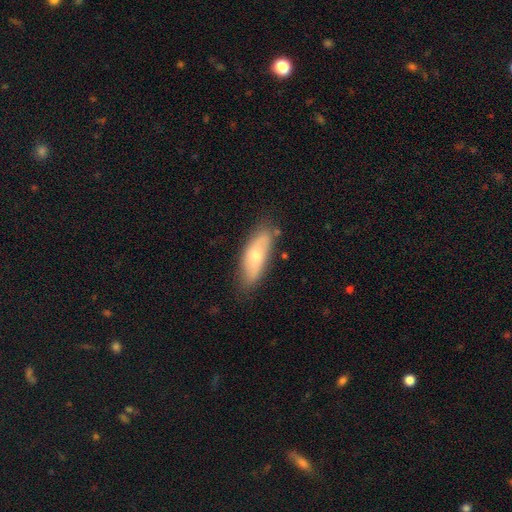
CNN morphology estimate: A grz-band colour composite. It shows a smooth galaxy with no disk features (59%) that is in between round and cigar-shaped (71%). Merging: none (73%).